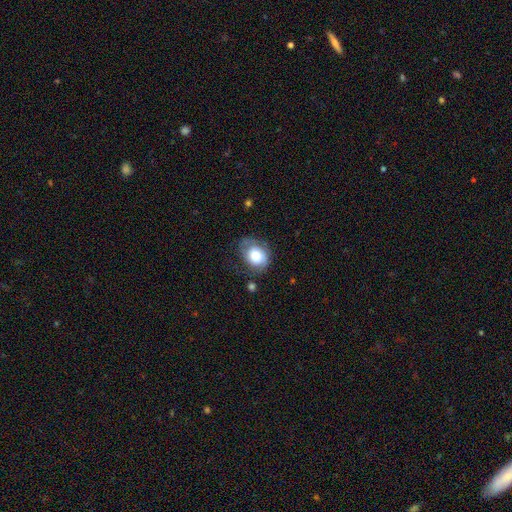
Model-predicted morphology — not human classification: Smooth or featured: smooth — 65% (featured or disk — 27%)
How rounded: in between — 57% (round — 43%)
Merging: none — 52% (minor disturbance — 30%)